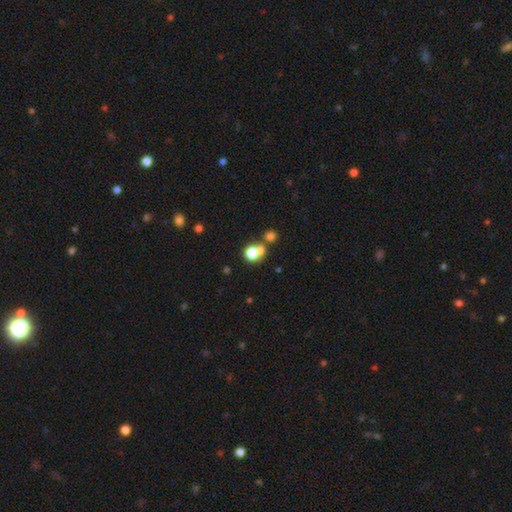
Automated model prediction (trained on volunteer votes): smooth 60%, star or artifact 31%, featured or disk 10%. Down the decision tree: how rounded — round (83%); merging — none (65%).